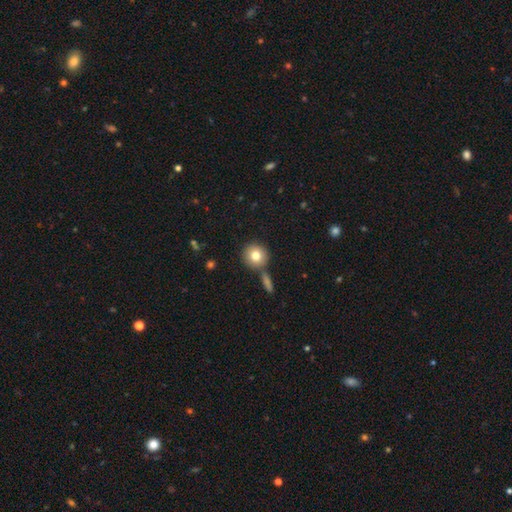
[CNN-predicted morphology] smooth-or-featured: smooth: 79% | featured or disk: 12% | star or artifact: 9%
  how-rounded: round: 92% | in between: 7% | cigar-shaped: 1%
  merging: none: 75% | merger: 14% | minor disturbance: 8% | major disturbance: 3%